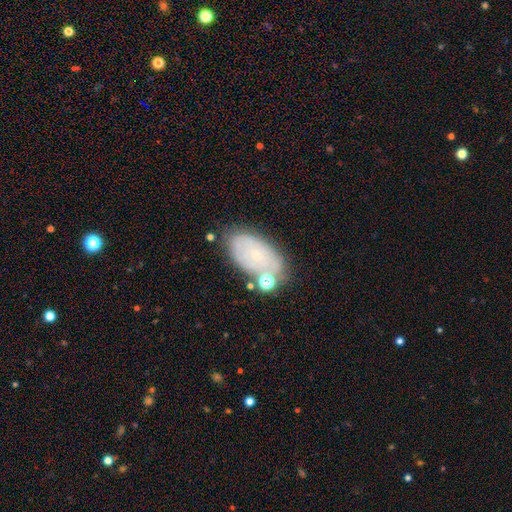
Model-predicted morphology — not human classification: Smooth or featured? Predicted: featured or disk (p=0.46). Merging? Predicted: none (p=0.60).